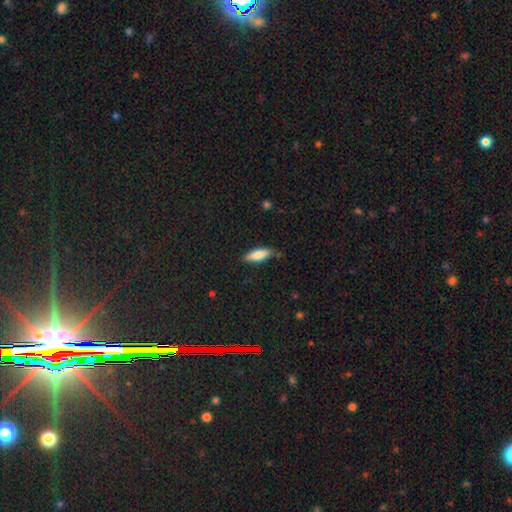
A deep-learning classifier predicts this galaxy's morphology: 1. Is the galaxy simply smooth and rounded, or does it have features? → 79% smooth, 15% featured or disk, 7% star or artifact.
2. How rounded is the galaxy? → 60% in between, 38% cigar-shaped, 2% round.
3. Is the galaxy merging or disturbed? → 77% none, 18% minor disturbance, 3% major disturbance, 2% merger.